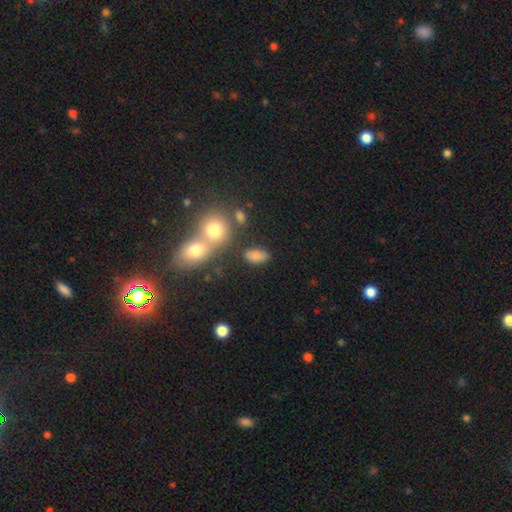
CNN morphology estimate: This is likely a smooth galaxy (80%). How rounded: clearly in between (88%). Merging: likely none (74%).